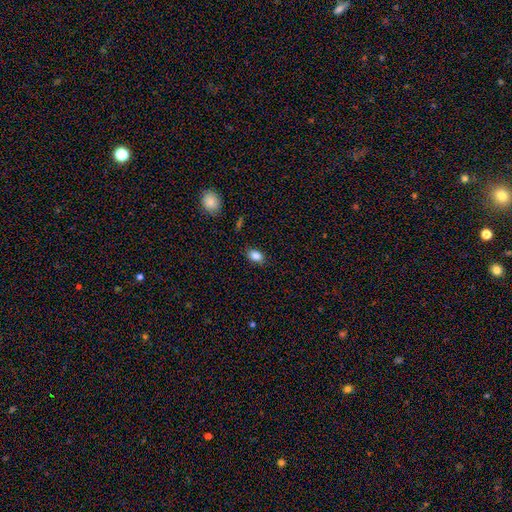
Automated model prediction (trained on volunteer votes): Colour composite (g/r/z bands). It shows a smooth galaxy with no disk features (85%) that is in between round and cigar-shaped (81%). Merging: none (83%).